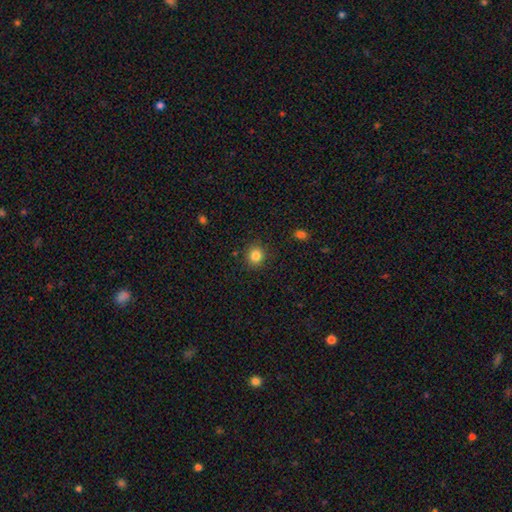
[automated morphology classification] A smooth galaxy with no disk features (84%) that is round (86%). Merging: none (89%).